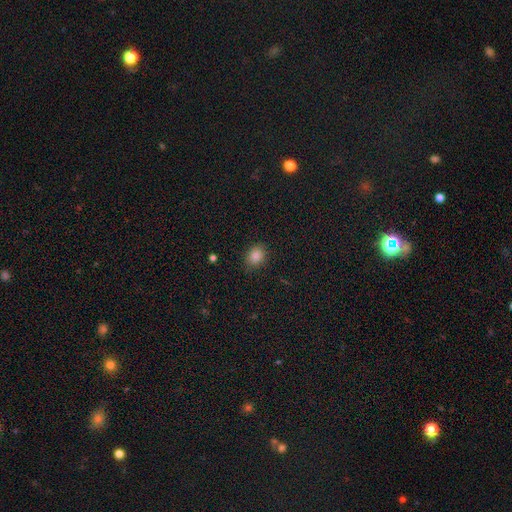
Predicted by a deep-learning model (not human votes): smooth 85%, star or artifact 11%, featured or disk 4%. Down the decision tree: how rounded — in between (56%); merging — none (84%).